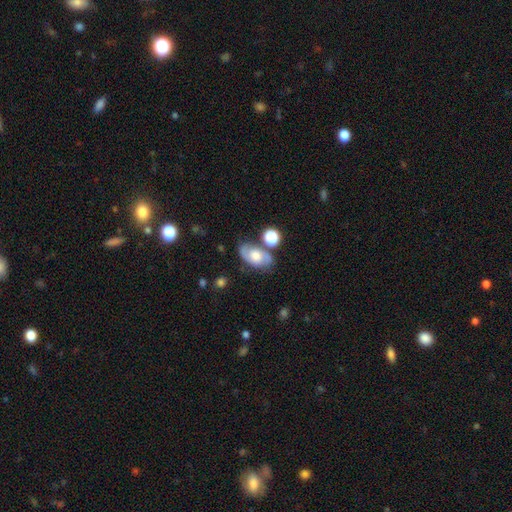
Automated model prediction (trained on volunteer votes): Morphology: type=featured or disk (61%); edge-on=no (94%); bar=no (69%); spiral arms=yes (81%); bulge=moderate (56%); merging=none (63%).